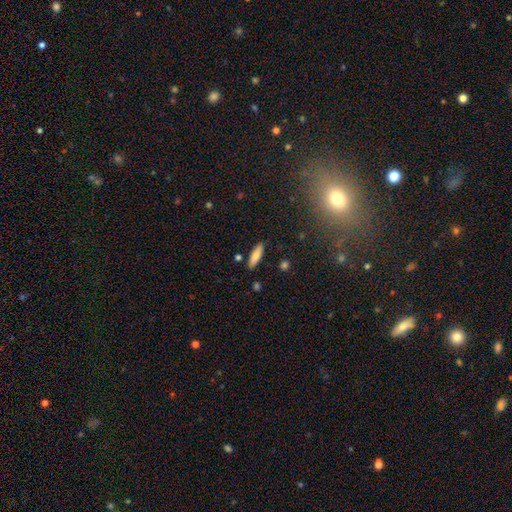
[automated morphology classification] Smooth or featured: smooth — 80% (featured or disk — 13%)
How rounded: cigar-shaped — 56% (in between — 42%)
Merging: none — 86% (minor disturbance — 9%)